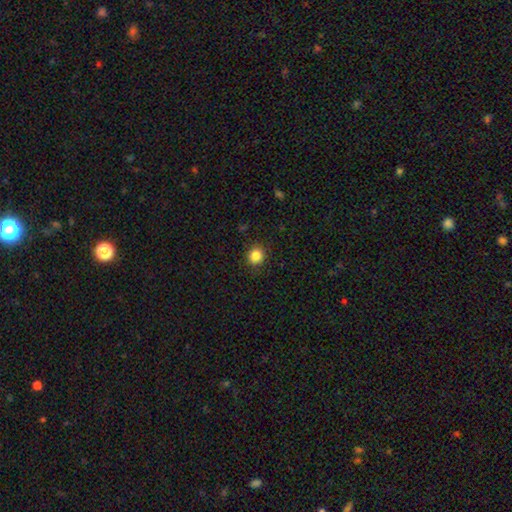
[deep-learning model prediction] smooth 84%, star or artifact 11%, featured or disk 4%. Down the decision tree: how rounded — round (88%); merging — none (90%).